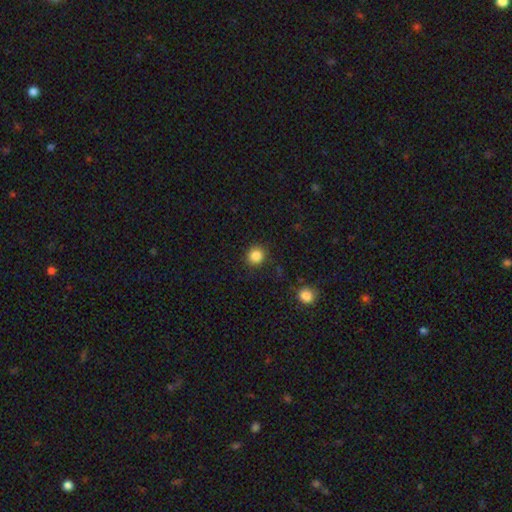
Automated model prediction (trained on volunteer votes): Morphology: type=smooth (86%); roundness=round (88%); merging=none (88%).